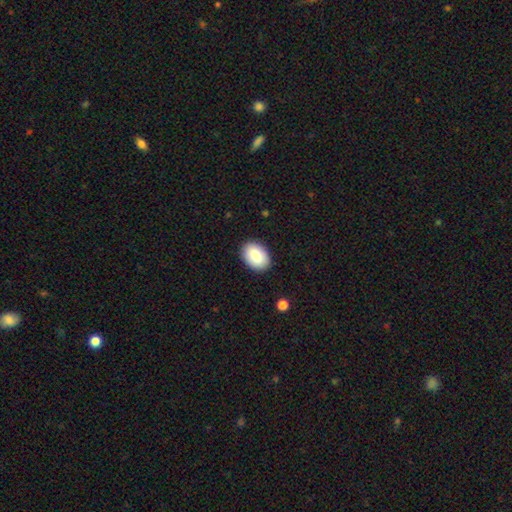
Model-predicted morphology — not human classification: A smooth galaxy with no disk features (86%) that is in between round and cigar-shaped (84%).

Vote fractions:
- Smooth or featured? smooth: 86% / featured or disk: 8% / star or artifact: 6%
- How rounded? in between: 84% / round: 15% / cigar-shaped: 1%
- Merging? none: 89% / minor disturbance: 8% / major disturbance: 2% / merger: 1%